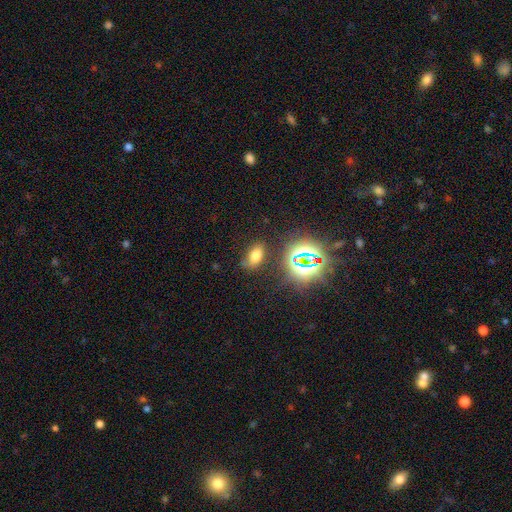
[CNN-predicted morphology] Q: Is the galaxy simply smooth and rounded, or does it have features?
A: smooth — 61%.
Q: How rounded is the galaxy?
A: in between — 88%.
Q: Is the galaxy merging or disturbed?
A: none — 69%.